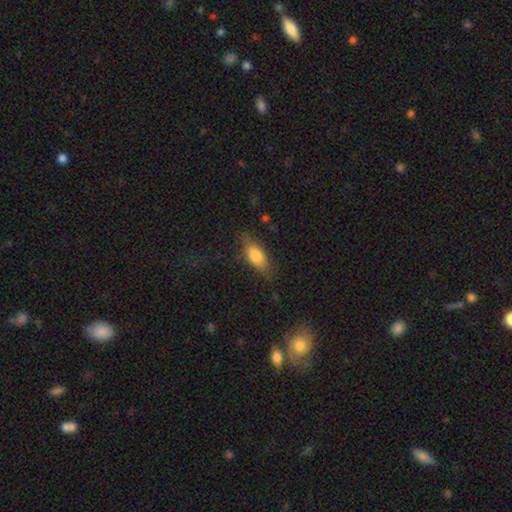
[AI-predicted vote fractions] Smooth or featured? Predicted: smooth (p=0.79). How rounded? Predicted: in between (p=0.83). Merging? Predicted: none (p=0.73).